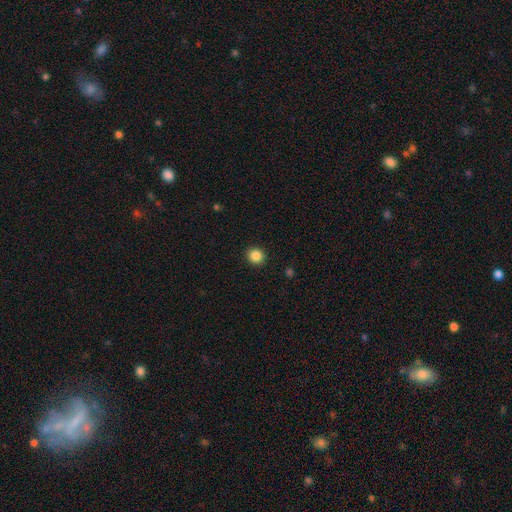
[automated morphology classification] Overall: smooth (86%). How rounded: round (91%). Merging: none (92%).